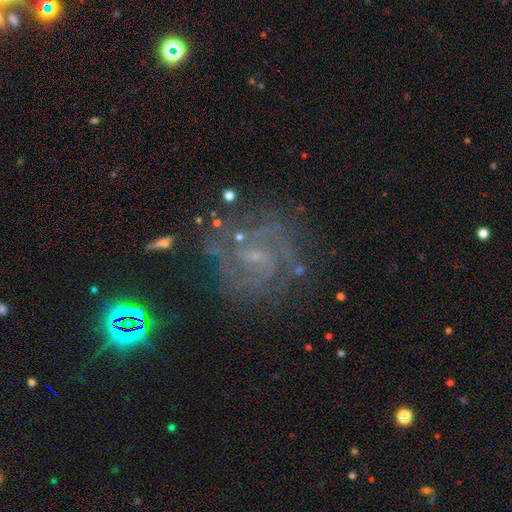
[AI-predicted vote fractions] Smooth or featured: featured or disk — 72% (star or artifact — 17%)
Edge-on disk: no — 98% (yes — 2%)
Bar: weak — 49% (no — 37%)
Spiral arms: yes — 88% (no — 12%)
Spiral winding: tight — 46% (medium — 41%)
Spiral arm count: 2 — 38% (can't tell — 34%)
Bulge size: small — 62% (none — 24%)
Merging: none — 71% (minor disturbance — 15%)